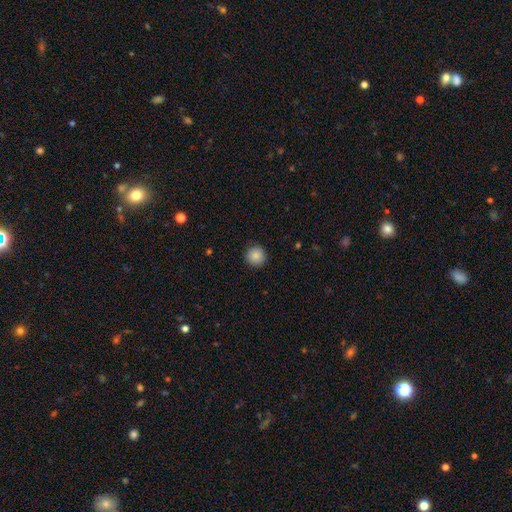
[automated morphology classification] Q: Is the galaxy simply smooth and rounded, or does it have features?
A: smooth — 87%.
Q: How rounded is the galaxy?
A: round — 95%.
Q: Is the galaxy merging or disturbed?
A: none — 92%.